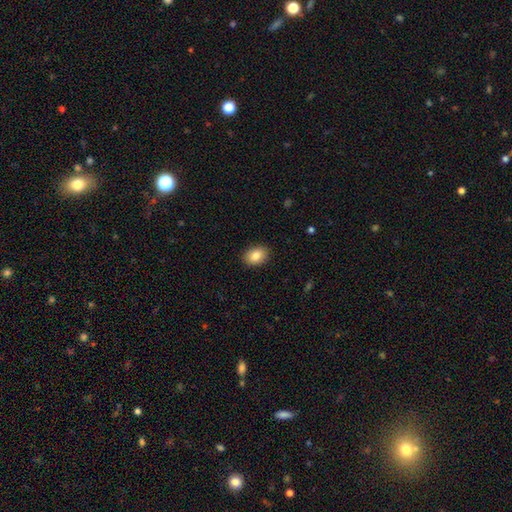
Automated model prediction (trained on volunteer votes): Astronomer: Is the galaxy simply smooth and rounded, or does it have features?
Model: smooth — 84%.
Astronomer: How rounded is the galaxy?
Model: in between — 72%.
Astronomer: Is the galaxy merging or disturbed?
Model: none — 90%.